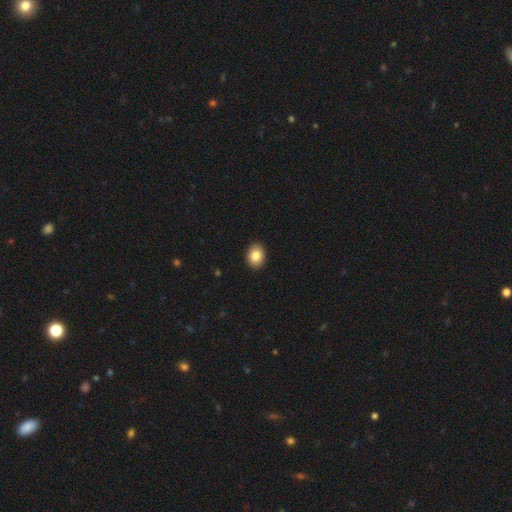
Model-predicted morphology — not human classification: A smooth galaxy with no disk features (84%) that is in between round and cigar-shaped (55%). Merging: none (92%).